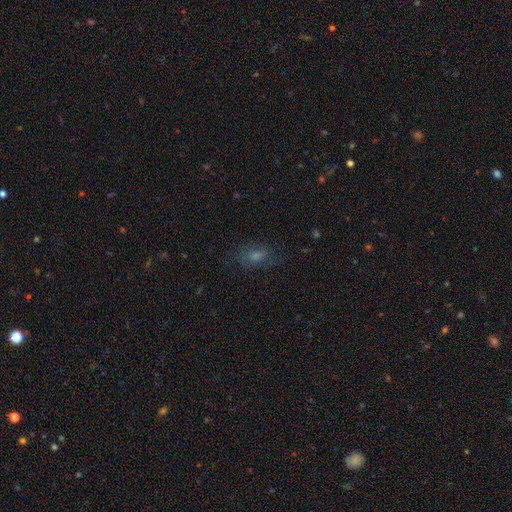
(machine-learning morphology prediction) Q: Smooth or featured?
A: smooth (49%); runner-up: featured or disk (29%)
Q: Merging?
A: none (71%); runner-up: minor disturbance (18%)